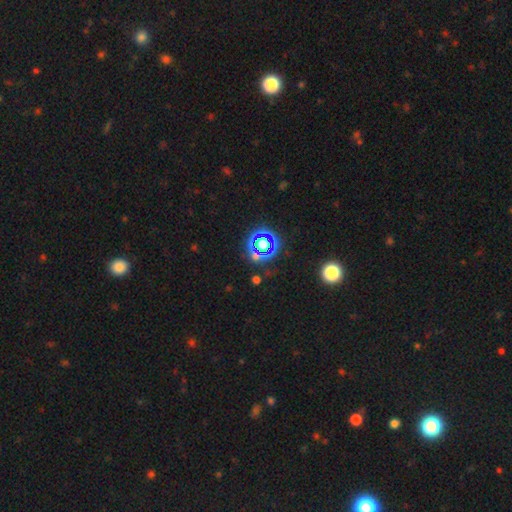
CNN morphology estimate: This appears to be a star or artifact, not a galaxy (72%).